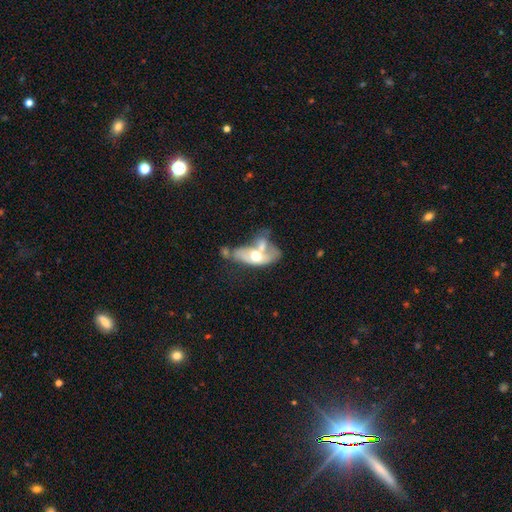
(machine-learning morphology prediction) A featured or disk galaxy (49%). Merging: merger (57%).